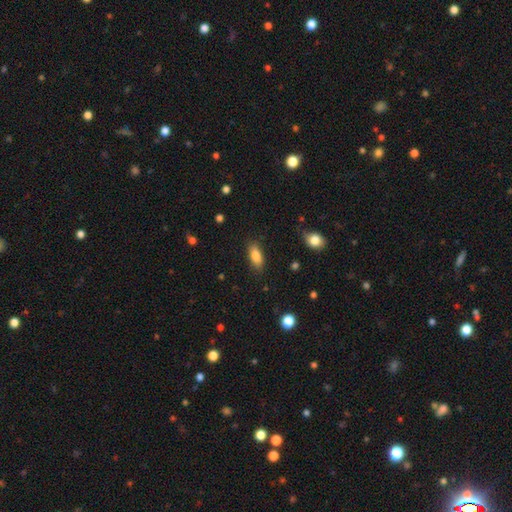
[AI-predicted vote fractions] Overall: smooth (83%). How rounded: in between (82%). Merging: none (83%).